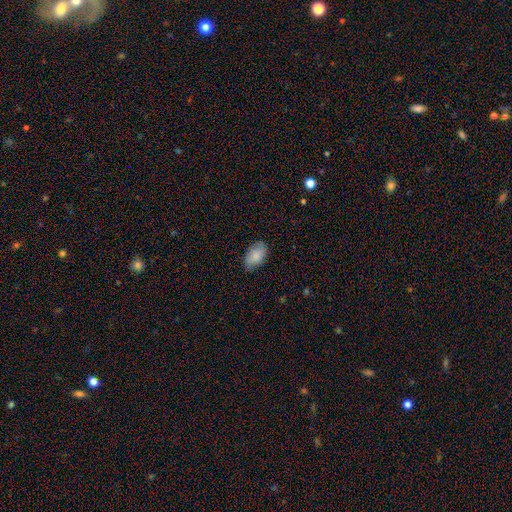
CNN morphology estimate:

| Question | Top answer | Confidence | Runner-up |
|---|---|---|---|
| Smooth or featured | smooth | 82% | featured or disk (12%) |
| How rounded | in between | 93% | round (6%) |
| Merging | none | 75% | minor disturbance (20%) |